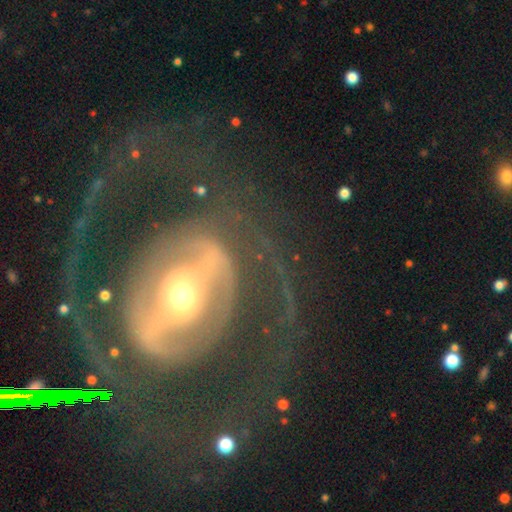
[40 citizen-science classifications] smooth-or-featured: featured or disk: 90% | star or artifact: 8% | smooth: 2%
  disk-edge-on: no: 92% | yes: 8%
    bar: strong: 70% | weak: 21% | no: 9%
    has-spiral-arms: yes: 70% | no: 30%
      spiral-winding: medium: 70% | loose: 26% | tight: 4%
      spiral-arm-count: 2: 83% | 1: 4% | 3: 4% | 4: 4% | can't tell: 4% | more than 4: 0%
    bulge-size: moderate: 61% | small: 36% | large: 3% | dominant: 0% | none: 0%
  merging: none: 70% | major disturbance: 19% | minor disturbance: 11% | merger: 0%